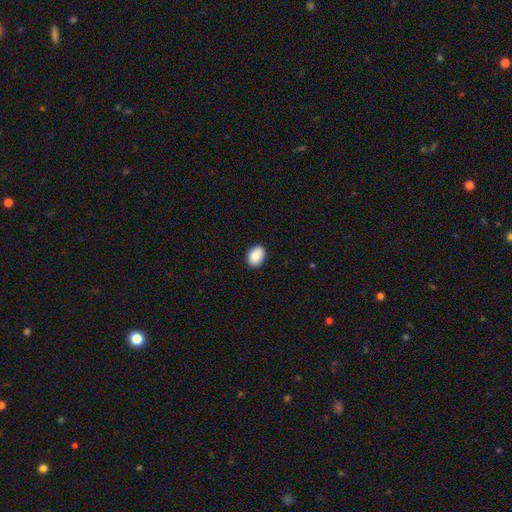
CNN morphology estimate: type=smooth (89%); roundness=in between (75%); merging=none (89%).